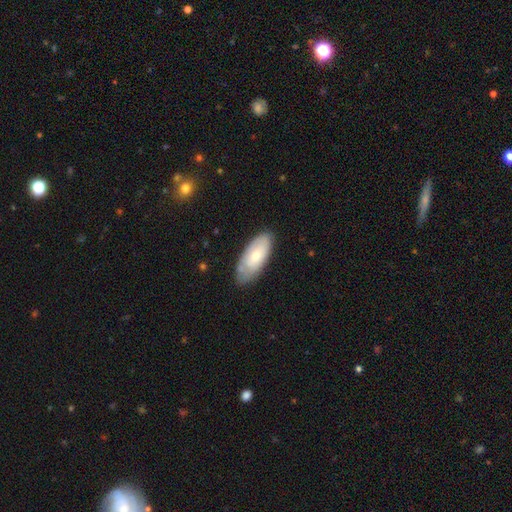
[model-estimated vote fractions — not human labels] Overall: smooth (60%; featured or disk 35%). How rounded: in between (87%). Merging: none (69%).